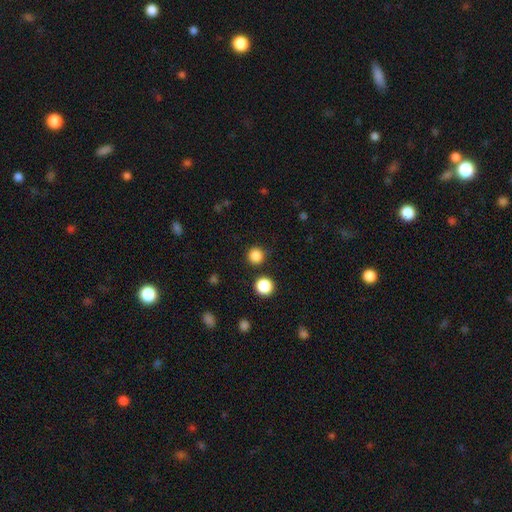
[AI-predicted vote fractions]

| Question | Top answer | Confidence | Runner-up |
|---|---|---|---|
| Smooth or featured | smooth | 85% | star or artifact (12%) |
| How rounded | round | 95% | in between (4%) |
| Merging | none | 88% | minor disturbance (6%) |